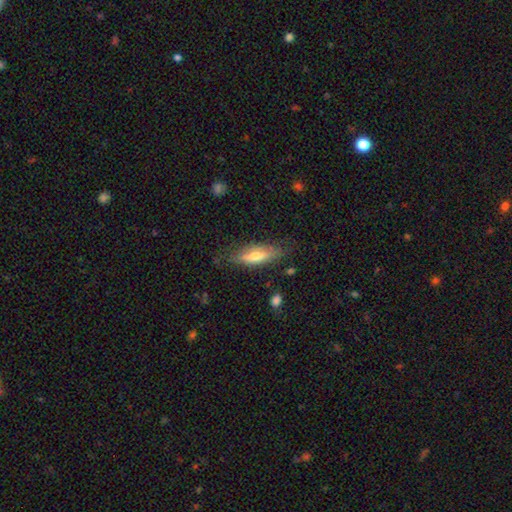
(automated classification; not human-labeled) The model was most divided on "how rounded": cigar-shaped: 50%, in between: 47%, round: 2%. More confident: merging — none (75%); smooth or featured — smooth (53%).